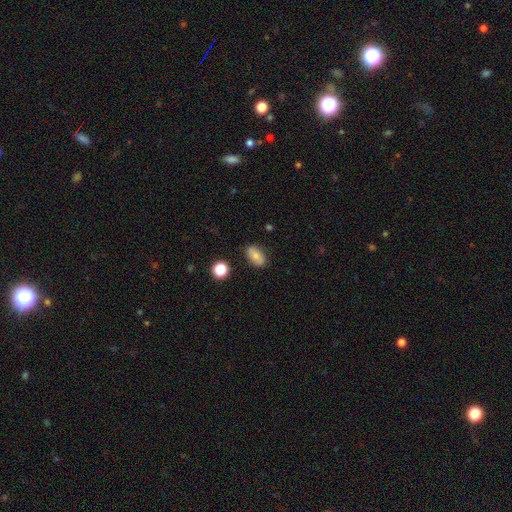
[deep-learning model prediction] smooth-or-featured: smooth: 75% | featured or disk: 16% | star or artifact: 9%
  how-rounded: in between: 88% | round: 9% | cigar-shaped: 4%
  merging: none: 84% | minor disturbance: 12% | major disturbance: 2% | merger: 2%